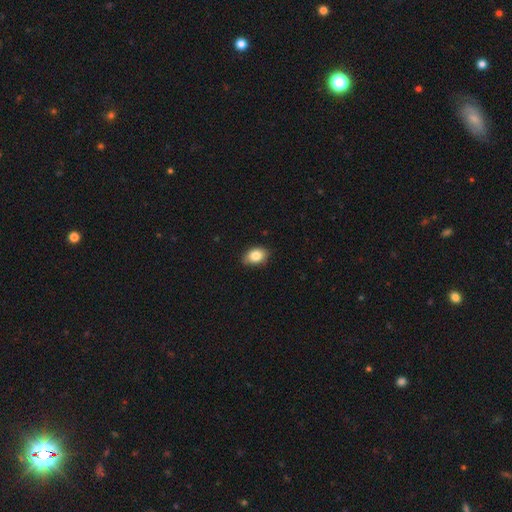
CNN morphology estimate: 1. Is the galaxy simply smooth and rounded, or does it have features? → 84% smooth, 8% star or artifact, 8% featured or disk.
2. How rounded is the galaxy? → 81% in between, 18% round, 1% cigar-shaped.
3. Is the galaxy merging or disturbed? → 79% none, 18% minor disturbance, 2% major disturbance, 1% merger.